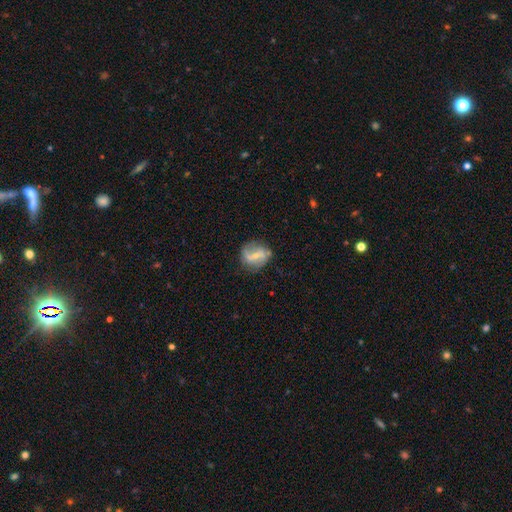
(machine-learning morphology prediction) Smooth or featured? Predicted: featured or disk (p=0.67). Edge-on disk? Predicted: no (p=0.96). Bar? Predicted: weak (p=0.44). Spiral arms? Predicted: yes (p=0.80). Spiral winding? Predicted: loose (p=0.47). Spiral arm count? Predicted: 2 (p=0.81). Bulge size? Predicted: small (p=0.55). Merging? Predicted: none (p=0.70).